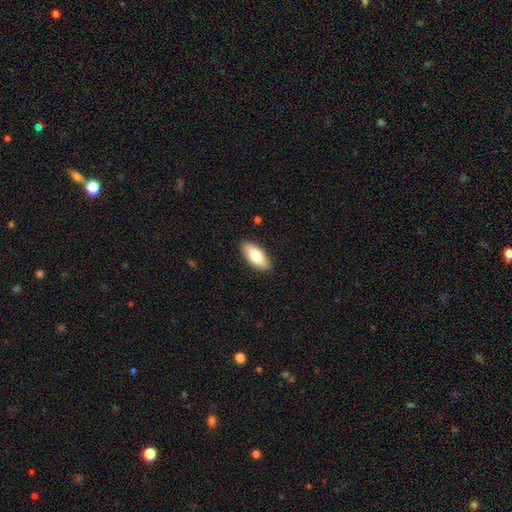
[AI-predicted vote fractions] The model was most divided on "smooth or featured": smooth: 77%, featured or disk: 17%, star or artifact: 6%. More confident: merging — none (88%); how rounded — in between (87%).